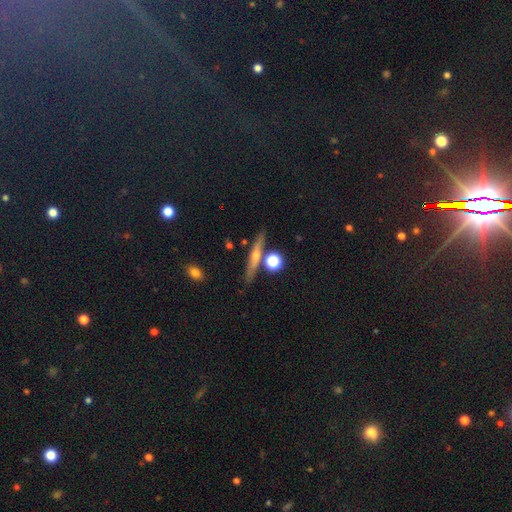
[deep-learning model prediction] The model was most divided on "smooth or featured": featured or disk: 62%, smooth: 28%, star or artifact: 10%. More confident: edge-on disk — yes (95%); edge-on bulge — rounded (82%); merging — none (81%).